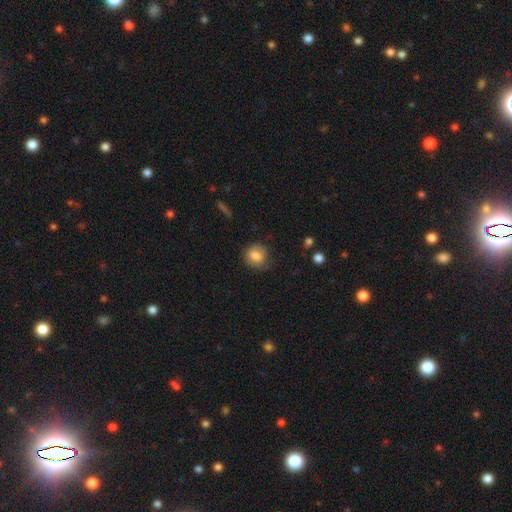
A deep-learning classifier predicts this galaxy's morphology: Smooth or featured? smooth (82%)
How rounded? round (71%)
Merging? none (71%)